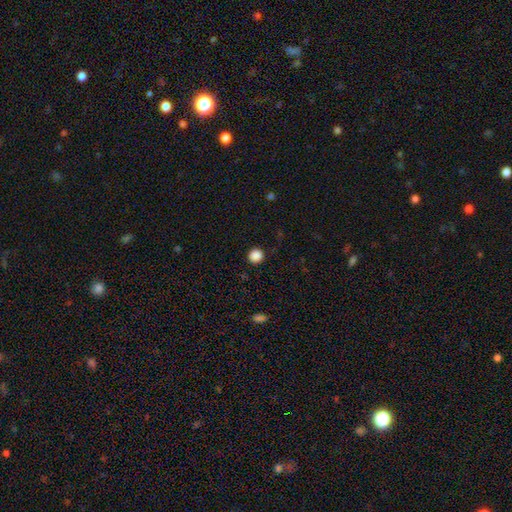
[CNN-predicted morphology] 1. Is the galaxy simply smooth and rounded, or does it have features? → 88% smooth, 10% star or artifact, 2% featured or disk.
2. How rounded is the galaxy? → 92% round, 7% in between, 1% cigar-shaped.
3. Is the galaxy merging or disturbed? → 91% none, 6% minor disturbance, 2% major disturbance, 1% merger.